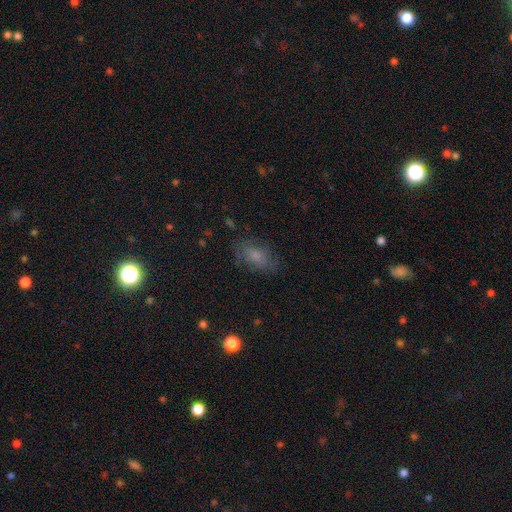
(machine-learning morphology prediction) smooth_or_featured: smooth (p=0.71) [alt: featured or disk p=0.18]
how_rounded: in between (p=0.87) [alt: round p=0.07]
merging: none (p=0.74) [alt: minor disturbance p=0.18]